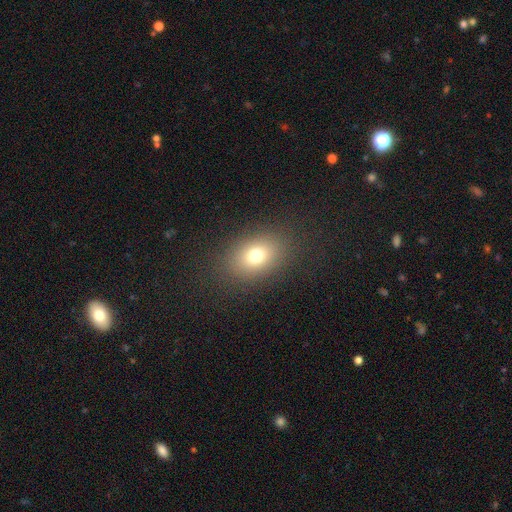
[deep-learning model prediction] Overall: smooth (74%). How rounded: in between (69%; round 29%). Merging: none (85%).